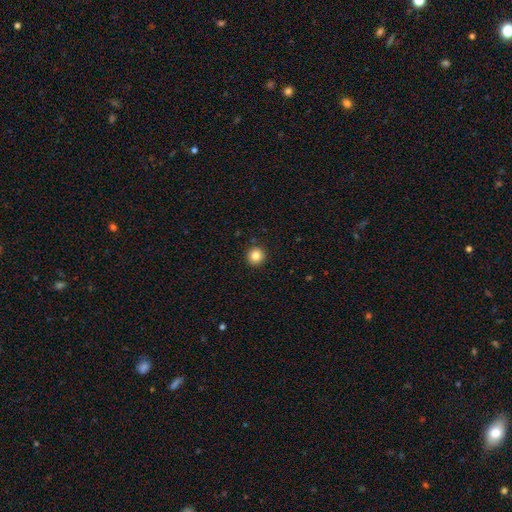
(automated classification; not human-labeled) A smooth galaxy with no disk features (85%) that is round (95%). Merging: none (93%).